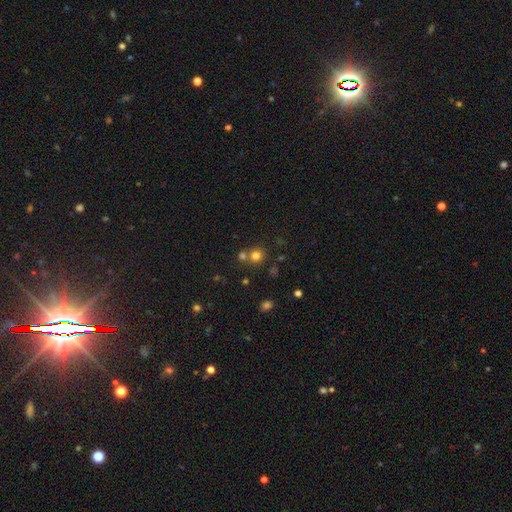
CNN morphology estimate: A smooth galaxy with no disk features (76%) that is round (88%).

Vote fractions:
- Smooth or featured? smooth: 76% / star or artifact: 17% / featured or disk: 7%
- How rounded? round: 88% / in between: 11% / cigar-shaped: 1%
- Merging? none: 63% / merger: 27% / minor disturbance: 7% / major disturbance: 3%